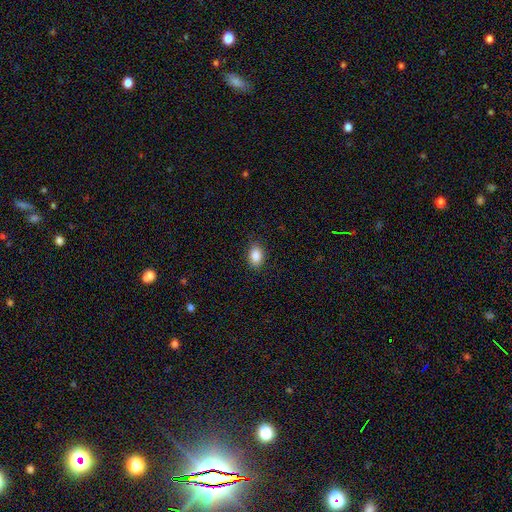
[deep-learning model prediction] Smooth or featured? Predicted: smooth (p=0.88). How rounded? Predicted: in between (p=0.84). Merging? Predicted: none (p=0.88).